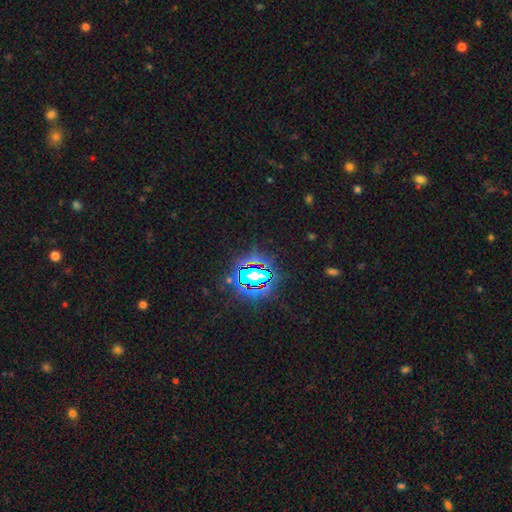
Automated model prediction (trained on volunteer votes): Smooth or featured? Predicted: star or artifact (p=0.83).